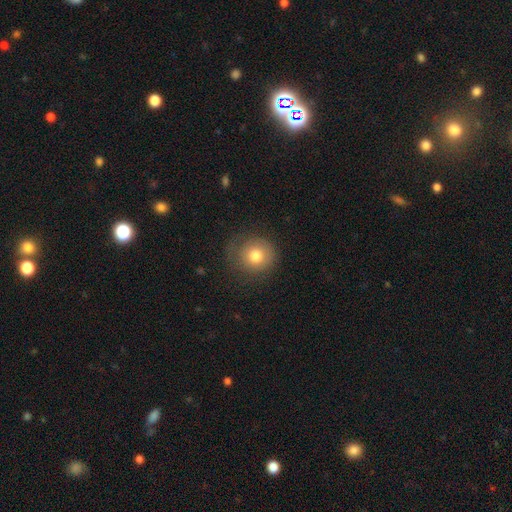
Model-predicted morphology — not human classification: type=smooth (77%); roundness=round (89%); merging=none (73%).